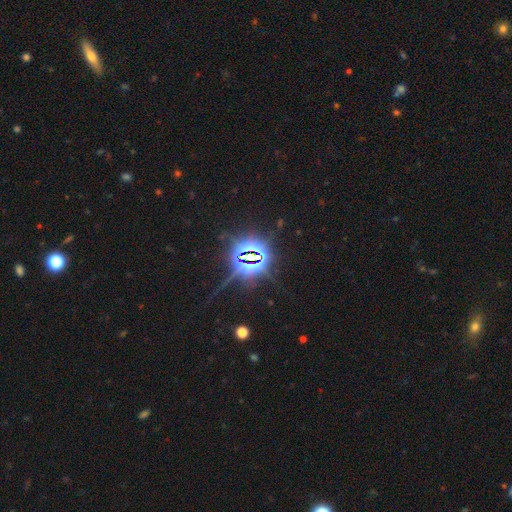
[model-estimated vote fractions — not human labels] Smooth or featured: star or artifact — 85% (smooth — 8%)